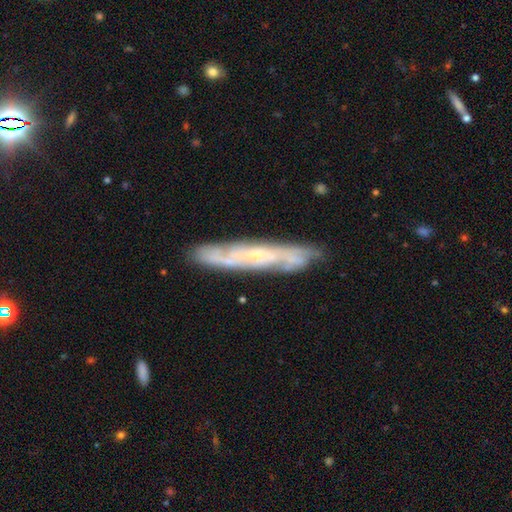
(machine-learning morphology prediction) The model was most divided on "edge-on disk" (2-way tie): no: 50%, yes: 50%. More confident: merging — none (82%); smooth or featured — featured or disk (75%).